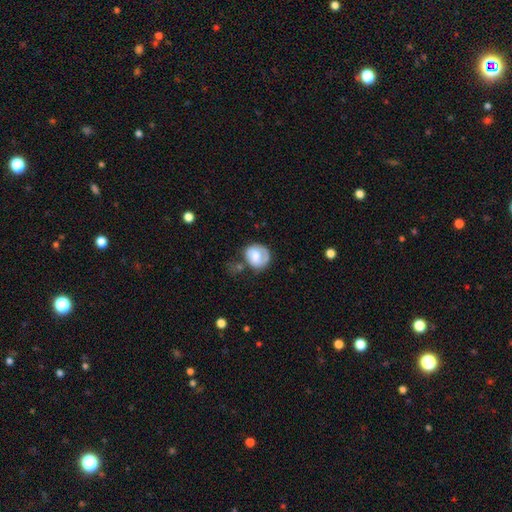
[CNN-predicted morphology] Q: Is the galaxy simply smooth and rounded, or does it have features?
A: smooth — 55%.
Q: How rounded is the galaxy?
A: round — 69%.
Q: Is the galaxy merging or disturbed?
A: none — 52%.